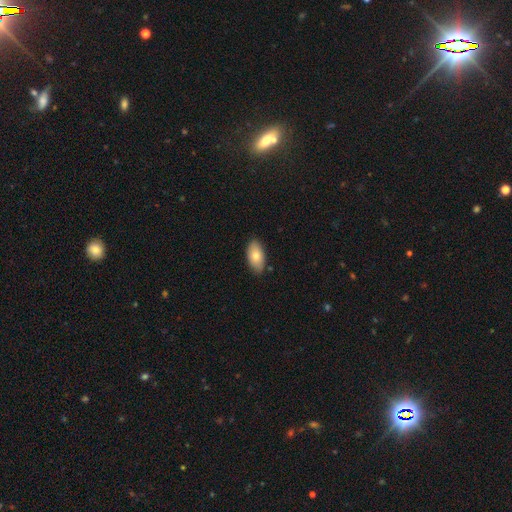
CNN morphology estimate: A smooth galaxy with no disk features (77%) that is in between round and cigar-shaped (94%). Merging: none (86%).